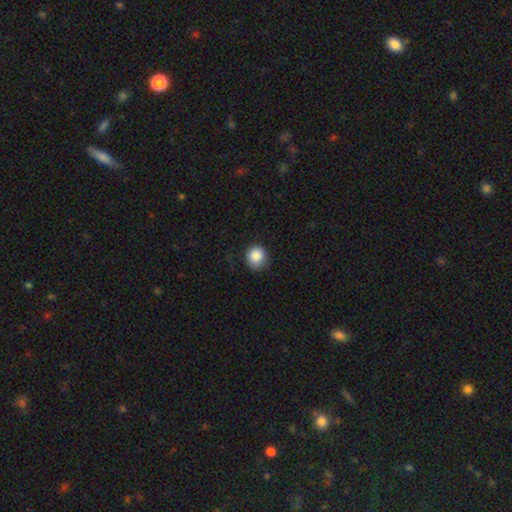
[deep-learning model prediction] smooth_or_featured: smooth (p=0.86) [alt: star or artifact p=0.09]
how_rounded: round (p=0.88) [alt: in between p=0.11]
merging: none (p=0.78) [alt: minor disturbance p=0.18]